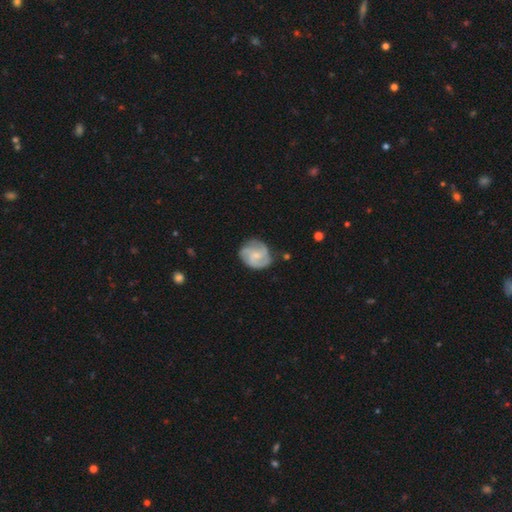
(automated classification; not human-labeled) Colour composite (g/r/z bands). It shows a featured or disk galaxy (72%) with no bar (60%), 3 (51%) medium (46%) spiral arms (94%) and a small central bulge (60%). Merging: none (71%).